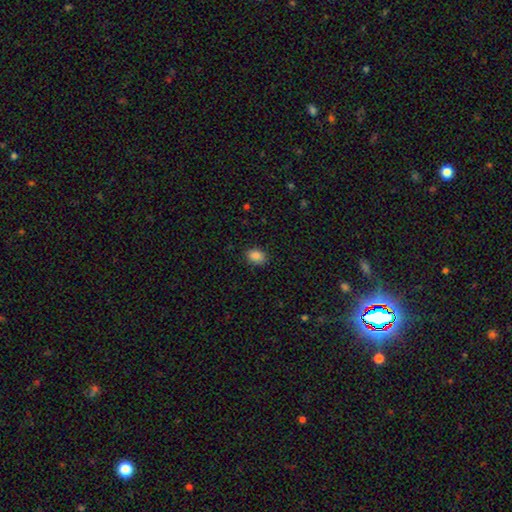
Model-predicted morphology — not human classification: smooth 87%, star or artifact 9%, featured or disk 4%. Down the decision tree: how rounded — in between (69%); merging — none (88%).